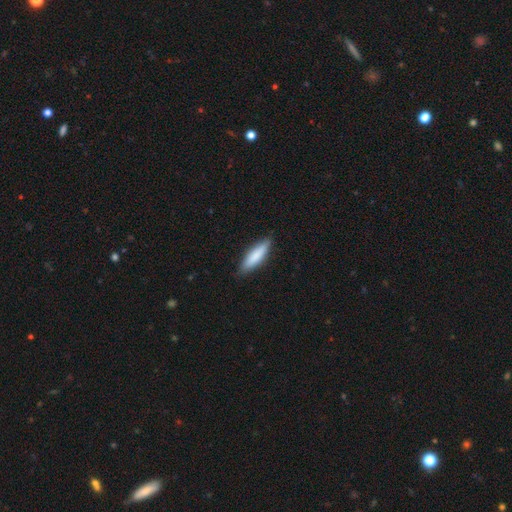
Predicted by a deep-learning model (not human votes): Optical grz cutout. It shows a smooth galaxy with no disk features (81%) that is cigar-shaped (67%). Merging: none (86%).